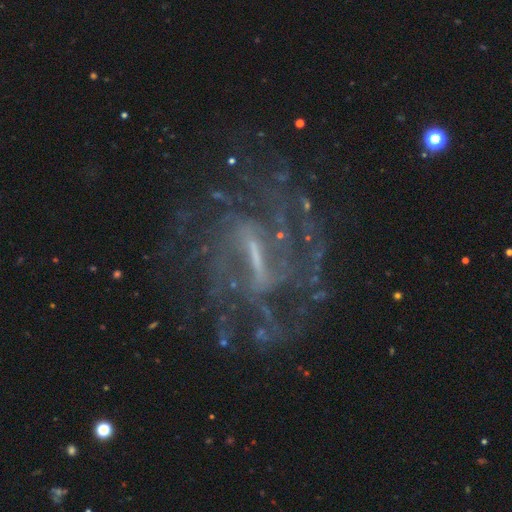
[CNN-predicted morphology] Q: Smooth or featured?
A: featured or disk (84%); runner-up: star or artifact (10%)
Q: Edge-on disk?
A: no (93%); runner-up: yes (7%)
Q: Bar?
A: strong (53%); runner-up: weak (35%)
Q: Spiral arms?
A: yes (86%); runner-up: no (14%)
Q: Spiral winding?
A: tight (47%); runner-up: medium (38%)
Q: Spiral arm count?
A: can't tell (45%); runner-up: 2 (18%)
Q: Bulge size?
A: small (45%); runner-up: none (29%)
Q: Merging?
A: none (66%); runner-up: major disturbance (16%)